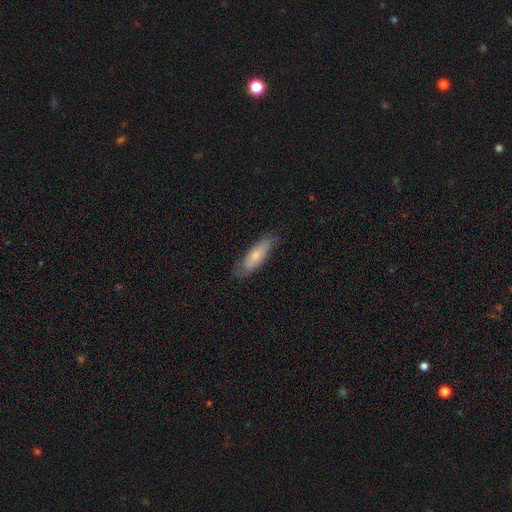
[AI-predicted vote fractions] This appears to be a smooth galaxy with no disk features (65%) that is in between round and cigar-shaped (54%). Merging: none (74%).